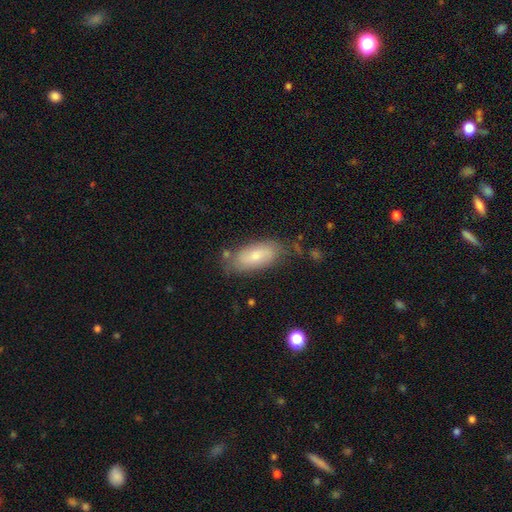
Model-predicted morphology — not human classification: This appears to be a smooth galaxy with no disk features (67%) that is in between round and cigar-shaped (83%). Merging: none (71%).